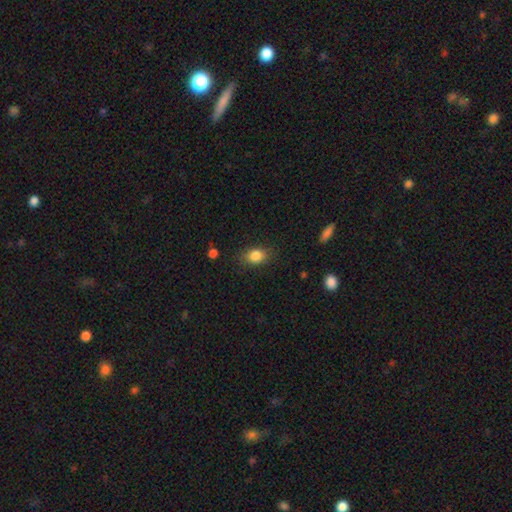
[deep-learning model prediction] The model was most divided on "how rounded": in between: 67%, round: 31%, cigar-shaped: 2%. More confident: smooth or featured — smooth (84%); merging — none (80%).